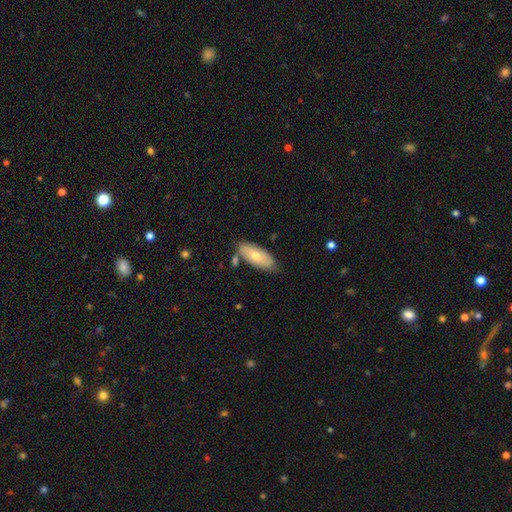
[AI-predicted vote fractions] Overall: smooth (63%; featured or disk 31%). How rounded: in between (84%). Merging: none (76%).